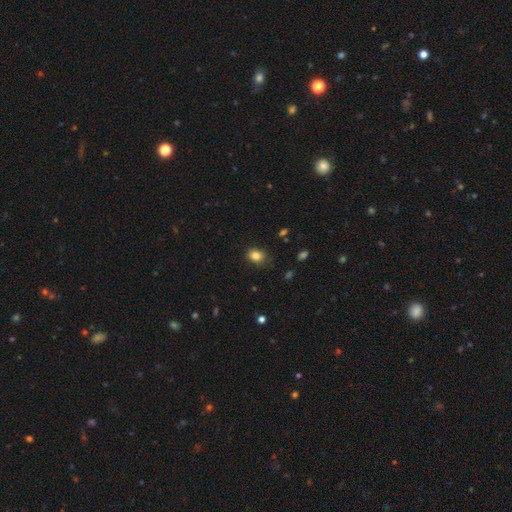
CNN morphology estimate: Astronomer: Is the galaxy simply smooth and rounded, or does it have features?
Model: smooth — 83%.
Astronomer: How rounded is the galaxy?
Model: in between — 53% (runner-up: round, 46%).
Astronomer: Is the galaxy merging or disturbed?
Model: none — 82%.